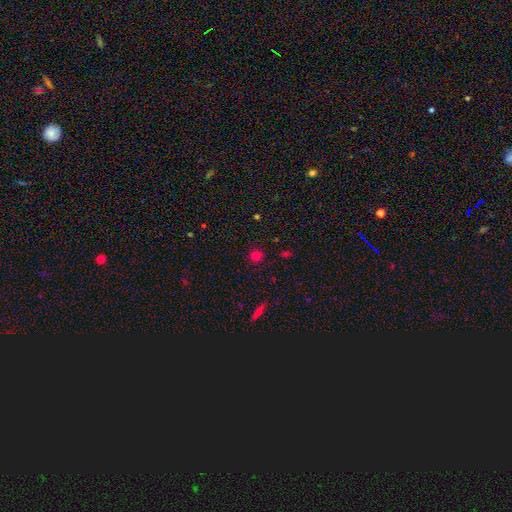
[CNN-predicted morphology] A smooth galaxy with no disk features (76%) that is round (92%). Merging: none (89%).